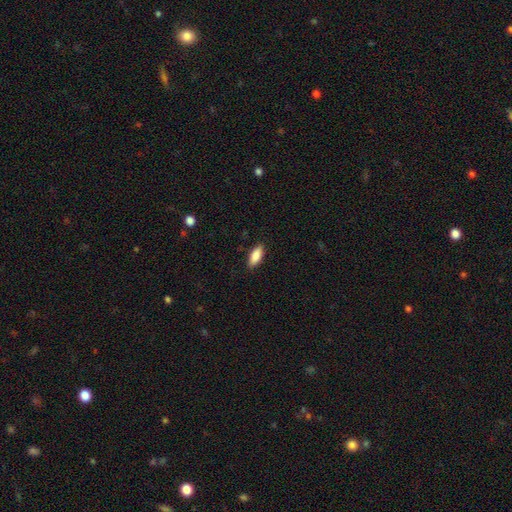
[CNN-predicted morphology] Q: Smooth or featured?
A: smooth (85%); runner-up: featured or disk (9%)
Q: How rounded?
A: in between (77%); runner-up: cigar-shaped (21%)
Q: Merging?
A: none (87%); runner-up: minor disturbance (10%)